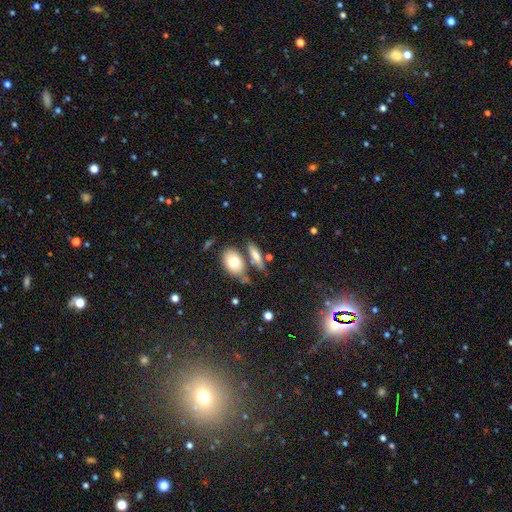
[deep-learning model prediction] smooth_or_featured: smooth (p=0.68) [alt: featured or disk p=0.24]
how_rounded: in between (p=0.55) [alt: cigar-shaped p=0.38]
merging: none (p=0.62) [alt: merger p=0.18]